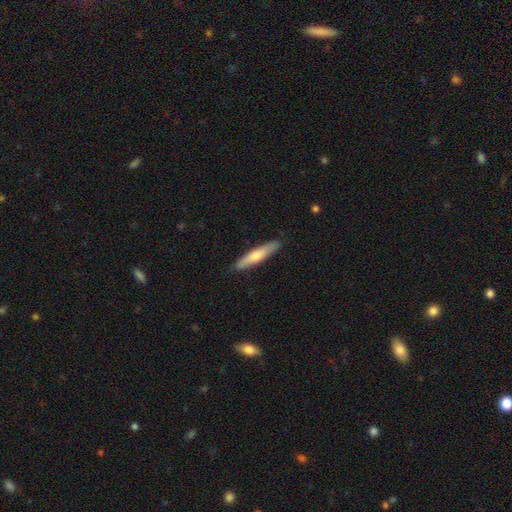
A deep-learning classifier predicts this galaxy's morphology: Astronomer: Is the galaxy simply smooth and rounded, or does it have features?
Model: smooth — 60% (runner-up: featured or disk, 35%).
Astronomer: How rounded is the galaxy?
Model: cigar-shaped — 87%.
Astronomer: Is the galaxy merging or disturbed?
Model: none — 89%.